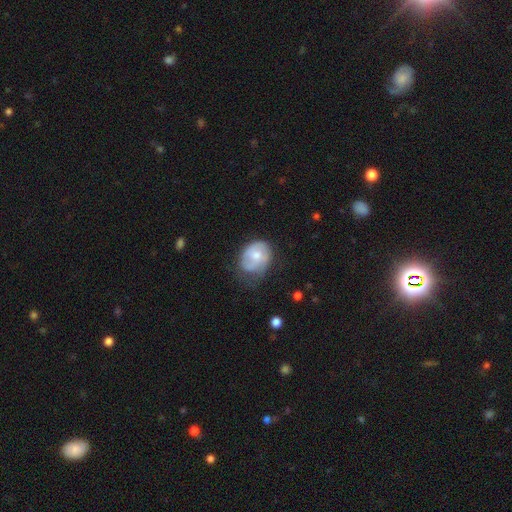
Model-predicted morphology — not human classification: smooth-or-featured: smooth: 47% | featured or disk: 46% | star or artifact: 6%
  merging: none: 44% | minor disturbance: 36% | major disturbance: 18% | merger: 2%